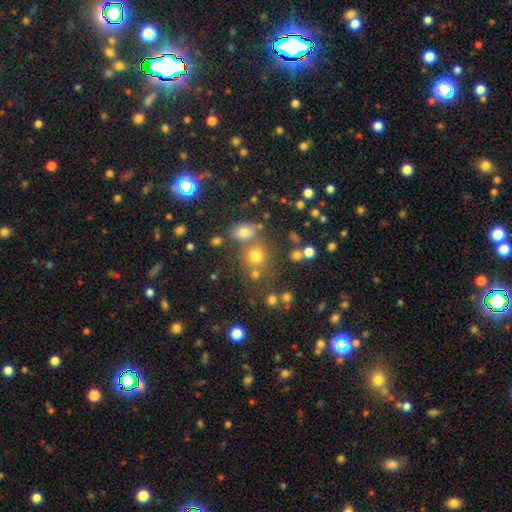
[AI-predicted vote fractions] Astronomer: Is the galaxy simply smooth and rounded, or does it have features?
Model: smooth — 66%.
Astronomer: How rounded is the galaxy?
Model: round — 83%.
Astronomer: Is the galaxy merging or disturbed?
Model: none — 66%.